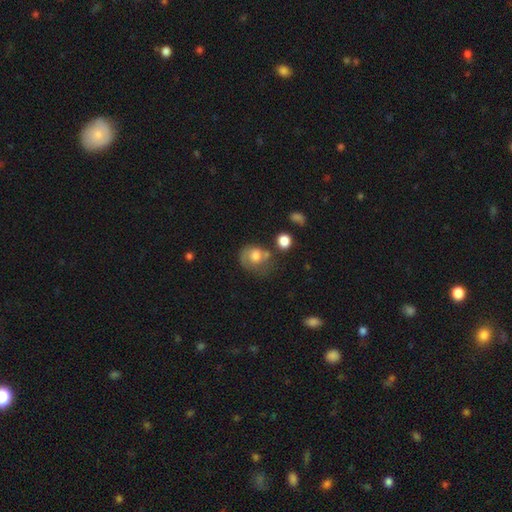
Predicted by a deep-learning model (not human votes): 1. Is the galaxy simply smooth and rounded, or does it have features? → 55% smooth, 36% featured or disk, 9% star or artifact.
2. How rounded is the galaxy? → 63% round, 36% in between, 1% cigar-shaped.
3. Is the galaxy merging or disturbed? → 38% none, 25% major disturbance, 24% minor disturbance, 13% merger.